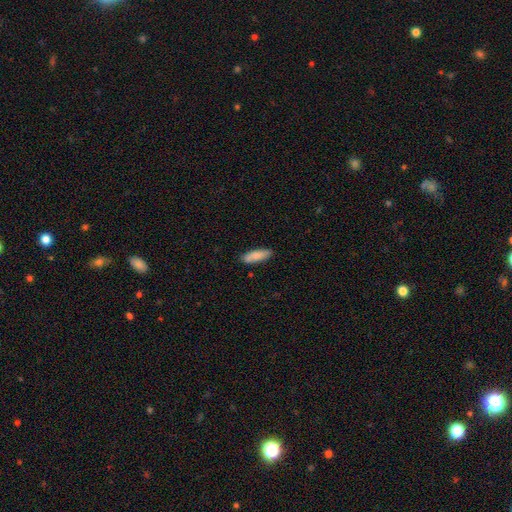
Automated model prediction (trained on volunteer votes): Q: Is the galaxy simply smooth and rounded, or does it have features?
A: smooth — 83%.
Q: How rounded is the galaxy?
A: in between — 52%.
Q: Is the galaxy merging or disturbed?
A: none — 86%.